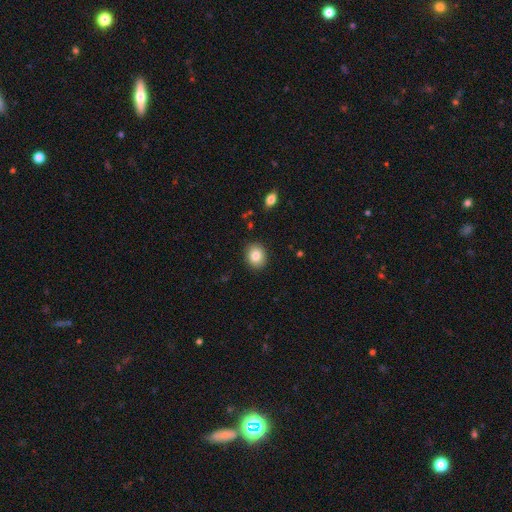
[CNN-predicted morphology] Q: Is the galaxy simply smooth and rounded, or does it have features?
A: smooth — 84%.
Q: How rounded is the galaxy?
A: round — 62%.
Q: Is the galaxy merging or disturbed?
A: none — 90%.